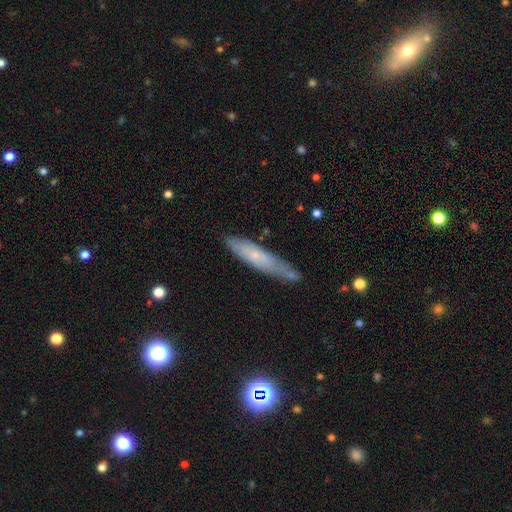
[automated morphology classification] Smooth or featured: smooth — 57% (featured or disk — 36%)
How rounded: cigar-shaped — 83% (in between — 15%)
Merging: none — 66% (minor disturbance — 23%)